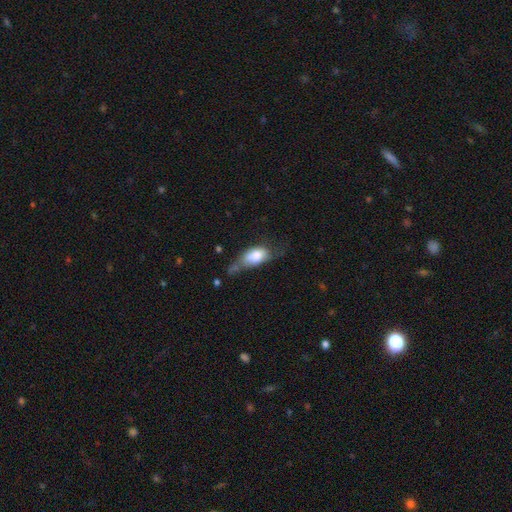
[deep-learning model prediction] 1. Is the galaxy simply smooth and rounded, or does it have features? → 73% smooth, 20% featured or disk, 7% star or artifact.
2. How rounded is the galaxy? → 87% in between, 7% cigar-shaped, 6% round.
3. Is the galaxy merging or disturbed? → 34% minor disturbance, 31% major disturbance, 27% none, 9% merger.